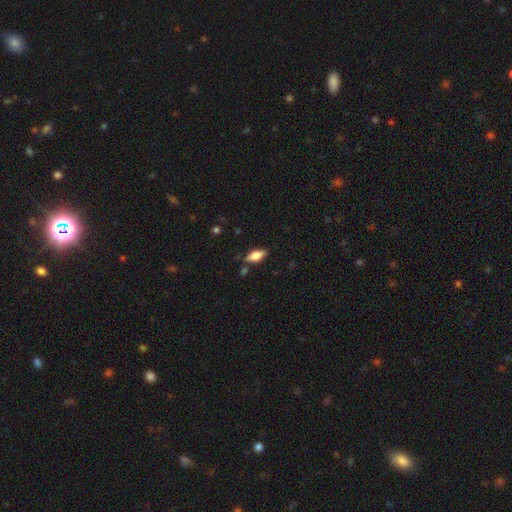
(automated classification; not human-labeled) smooth 65%, featured or disk 28%, star or artifact 7%. Down the decision tree: how rounded — in between (81%); merging — none (79%).